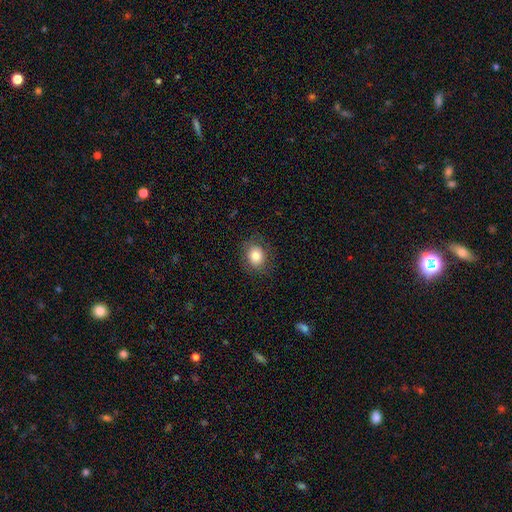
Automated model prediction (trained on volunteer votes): A smooth galaxy with no disk features (82%) that is round (59%).

Vote fractions:
- Smooth or featured? smooth: 82% / star or artifact: 10% / featured or disk: 8%
- How rounded? round: 59% / in between: 40% / cigar-shaped: 1%
- Merging? none: 85% / minor disturbance: 10% / major disturbance: 4% / merger: 1%